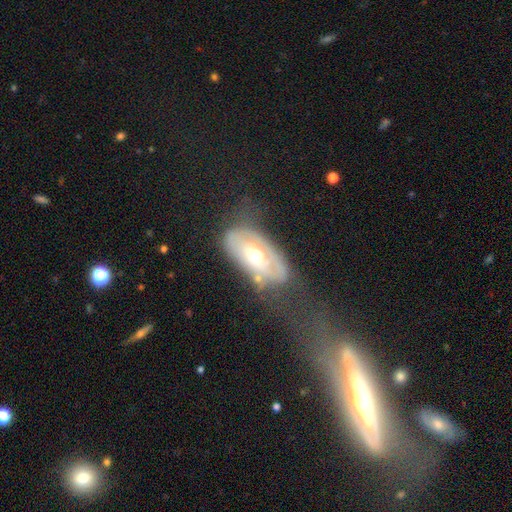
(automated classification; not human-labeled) featured or disk 64%, smooth 29%, star or artifact 7%. Down the decision tree: edge-on disk — no (88%); bar — no (77%); spiral arms — no (54%); bulge size — moderate (74%); merging — none (45%).